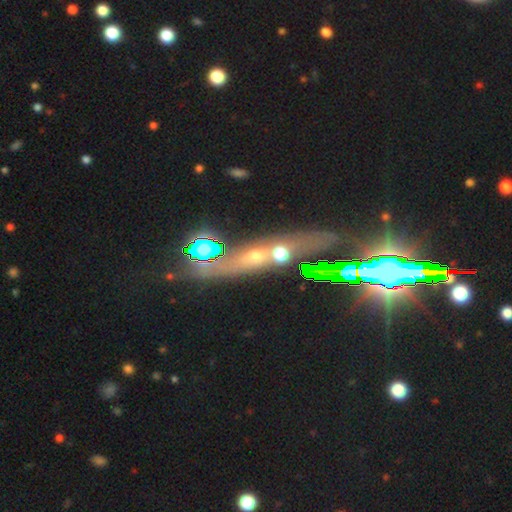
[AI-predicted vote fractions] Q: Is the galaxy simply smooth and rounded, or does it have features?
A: smooth — 35%.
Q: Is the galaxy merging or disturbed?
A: none — 55%.